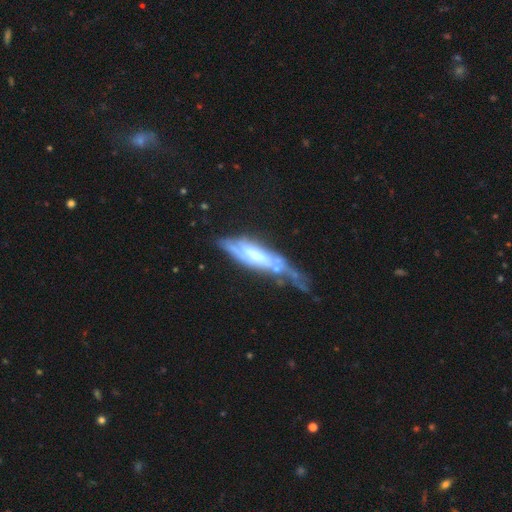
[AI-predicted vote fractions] Smooth or featured? Predicted: featured or disk (p=0.66). Edge-on disk? Predicted: no (p=0.60). Merging? Predicted: minor disturbance (p=0.32).